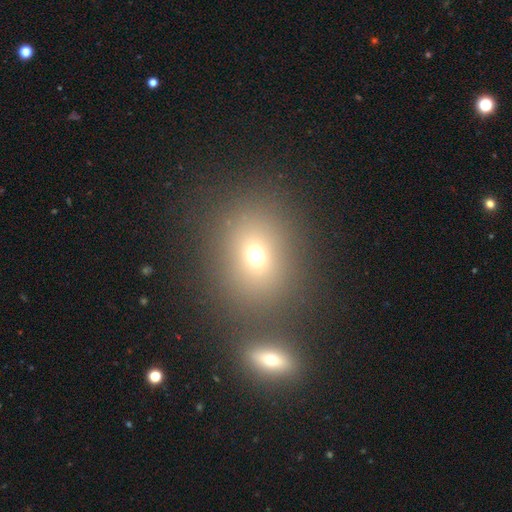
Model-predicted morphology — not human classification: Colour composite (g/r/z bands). It shows a smooth galaxy with no disk features (68%) that is round (58%). Merging: none (67%).